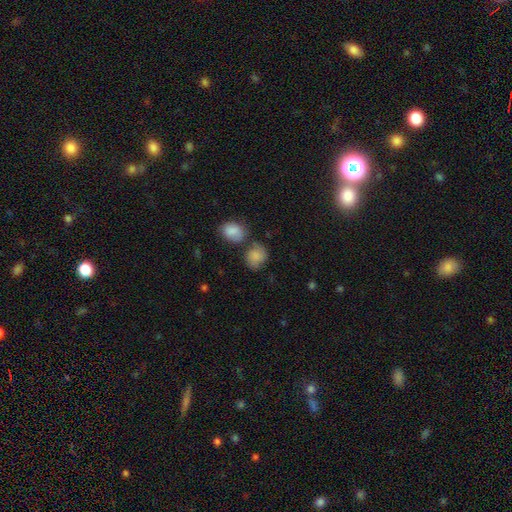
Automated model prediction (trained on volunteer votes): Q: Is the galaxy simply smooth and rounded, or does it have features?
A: smooth — 79%.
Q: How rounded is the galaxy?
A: round — 61%.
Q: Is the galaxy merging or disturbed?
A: none — 53%.